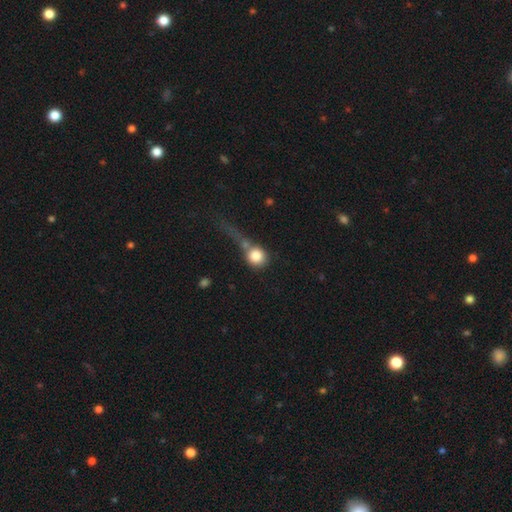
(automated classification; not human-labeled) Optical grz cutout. It shows a smooth galaxy with no disk features (78%) that is round (83%). Merging: none (31%).